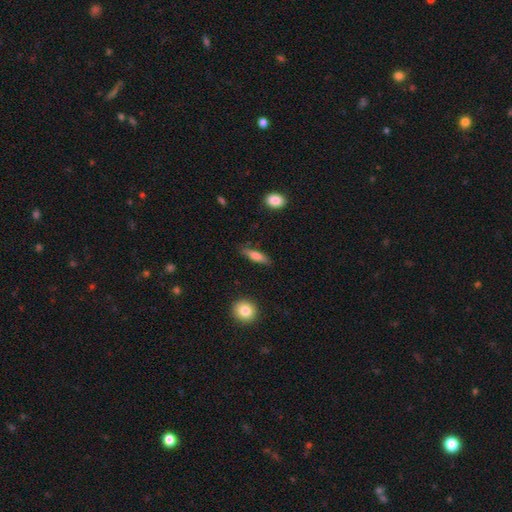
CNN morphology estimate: This is likely a smooth galaxy (72%). How rounded: likely cigar-shaped (64%). Merging: clearly none (83%).